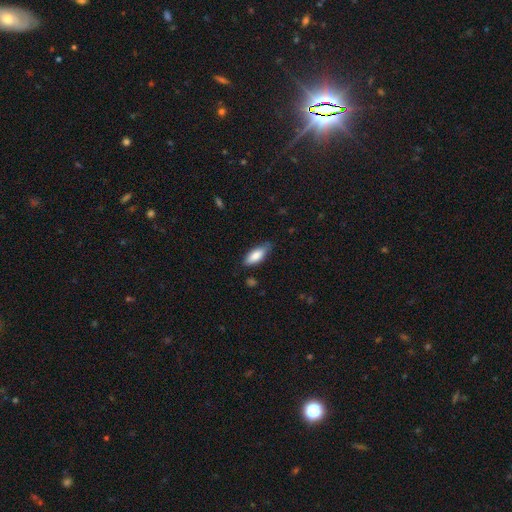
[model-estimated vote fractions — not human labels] Overall: smooth (82%). How rounded: in between (74%). Merging: none (70%).